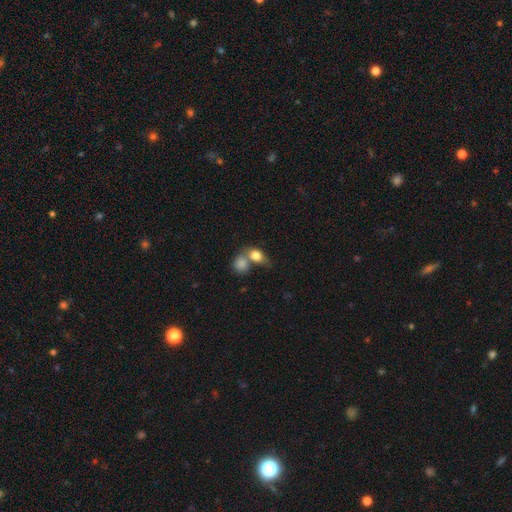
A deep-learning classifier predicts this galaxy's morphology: Smooth or featured? Predicted: smooth (p=0.81). How rounded? Predicted: in between (p=0.60). Merging? Predicted: merger (p=0.57).